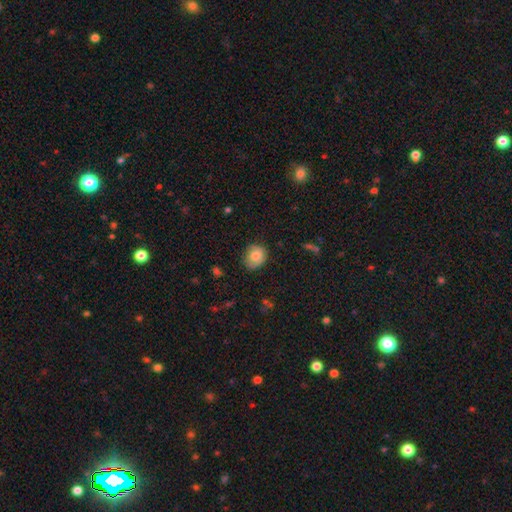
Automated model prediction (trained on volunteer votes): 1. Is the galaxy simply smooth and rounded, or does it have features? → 75% smooth, 17% featured or disk, 8% star or artifact.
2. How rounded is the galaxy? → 69% round, 31% in between, 1% cigar-shaped.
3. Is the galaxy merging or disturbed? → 70% none, 24% minor disturbance, 5% major disturbance, 1% merger.